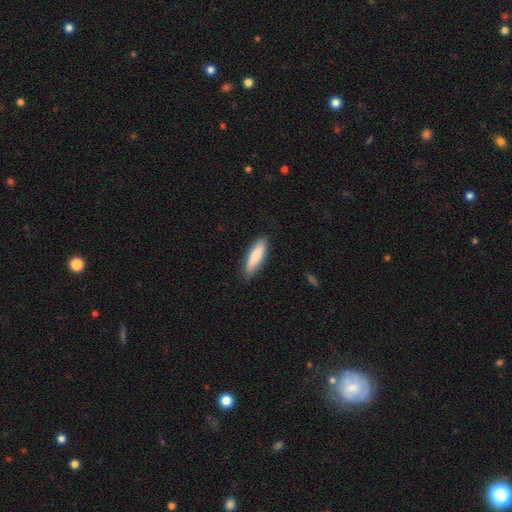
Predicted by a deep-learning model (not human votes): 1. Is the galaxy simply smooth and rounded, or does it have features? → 82% smooth, 13% featured or disk, 5% star or artifact.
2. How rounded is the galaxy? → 58% cigar-shaped, 41% in between, 2% round.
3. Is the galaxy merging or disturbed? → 85% none, 12% minor disturbance, 2% major disturbance, 1% merger.